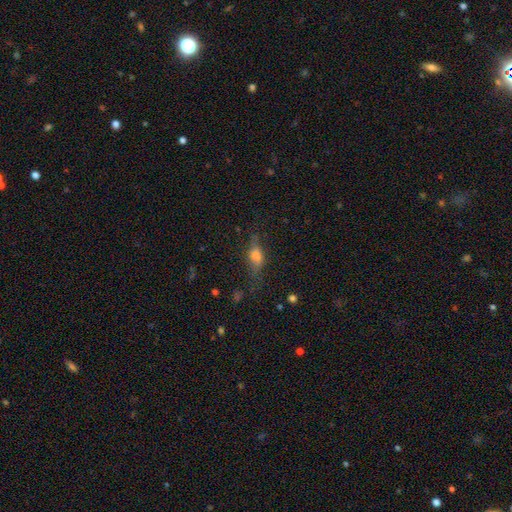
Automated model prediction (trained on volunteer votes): Smooth or featured? smooth (48%)
Merging? none (64%)